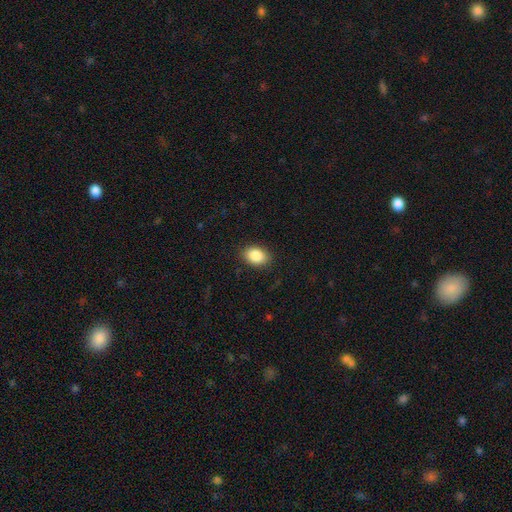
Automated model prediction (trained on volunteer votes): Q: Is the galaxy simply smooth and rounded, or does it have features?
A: smooth — 87%.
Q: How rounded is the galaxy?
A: in between — 76%.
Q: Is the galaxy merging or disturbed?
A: none — 87%.